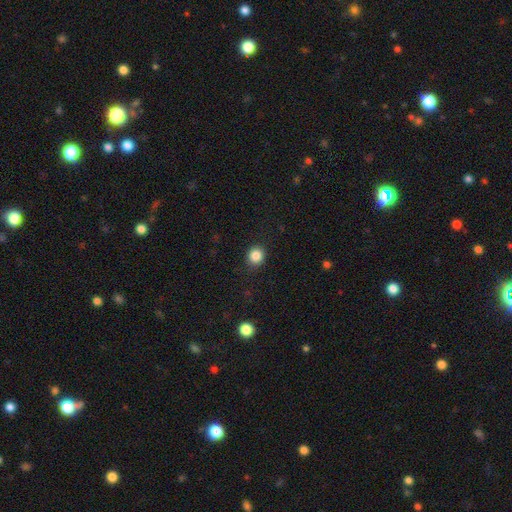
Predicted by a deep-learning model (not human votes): Overall: smooth (86%). How rounded: round (84%). Merging: none (89%).